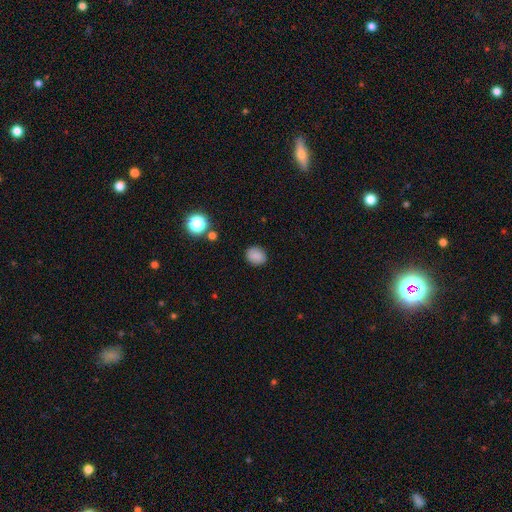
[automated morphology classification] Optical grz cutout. It shows a smooth galaxy with no disk features (85%) that is round (55%). Merging: none (87%).